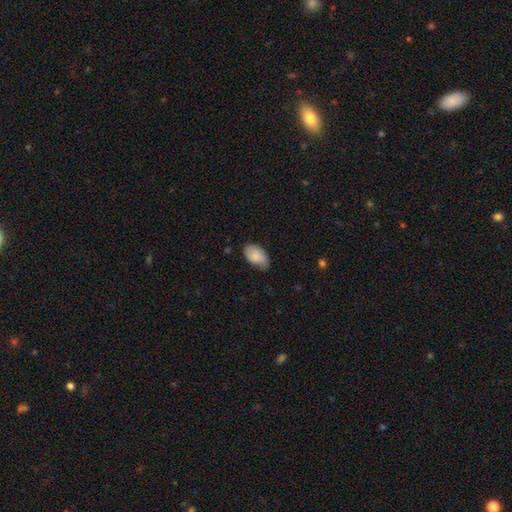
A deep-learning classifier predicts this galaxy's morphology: Smooth or featured: smooth — 82% (featured or disk — 12%)
How rounded: in between — 93% (round — 6%)
Merging: none — 58% (minor disturbance — 34%)